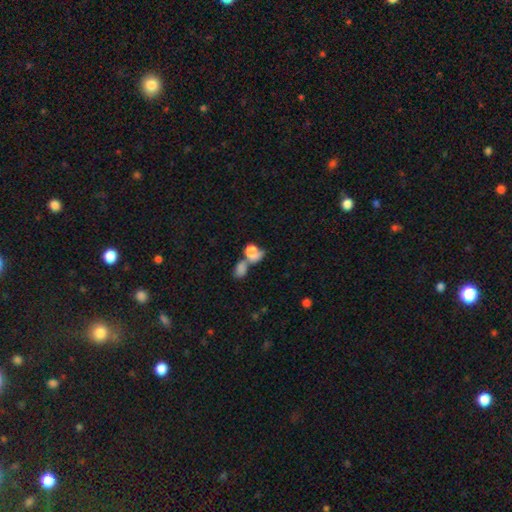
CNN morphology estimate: This is possibly a smooth galaxy (50%). Merging: possibly none (52%).